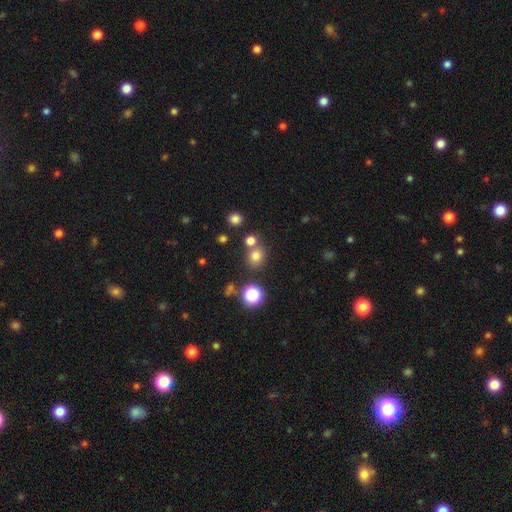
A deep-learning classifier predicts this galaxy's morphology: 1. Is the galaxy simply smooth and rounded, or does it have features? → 74% smooth, 19% star or artifact, 7% featured or disk.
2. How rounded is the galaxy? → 80% round, 19% in between, 1% cigar-shaped.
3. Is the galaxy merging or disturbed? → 68% none, 19% merger, 9% minor disturbance, 4% major disturbance.